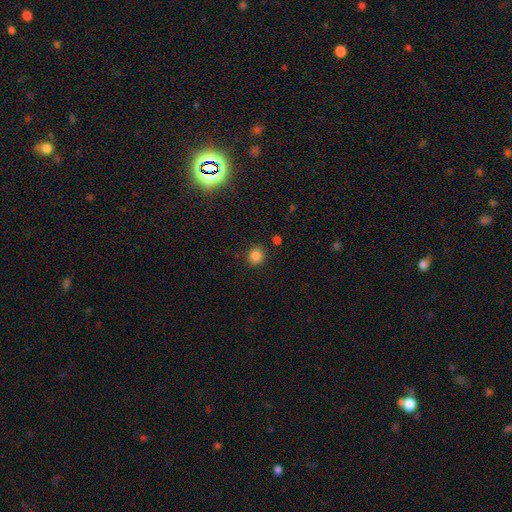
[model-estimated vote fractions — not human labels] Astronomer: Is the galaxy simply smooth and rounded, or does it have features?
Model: smooth — 84%.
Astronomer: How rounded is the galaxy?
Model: round — 84%.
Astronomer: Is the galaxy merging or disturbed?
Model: none — 86%.